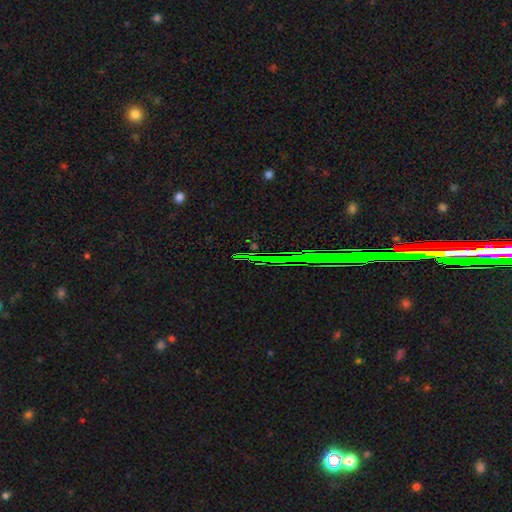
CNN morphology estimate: The model was most divided on "smooth or featured": star or artifact: 76%, smooth: 12%, featured or disk: 12%.